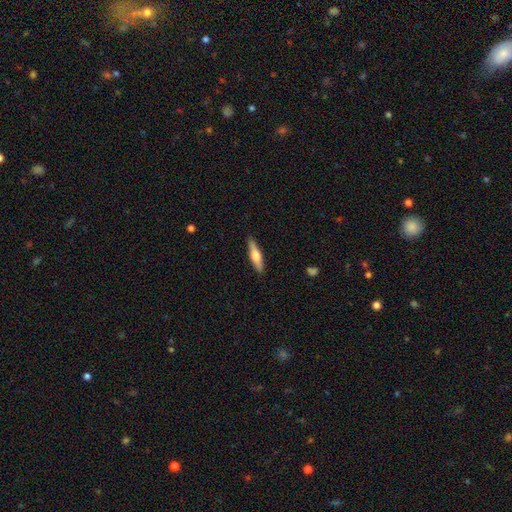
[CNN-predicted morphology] featured or disk 49%, smooth 45%, star or artifact 5%. Down the decision tree: merging — none (89%).